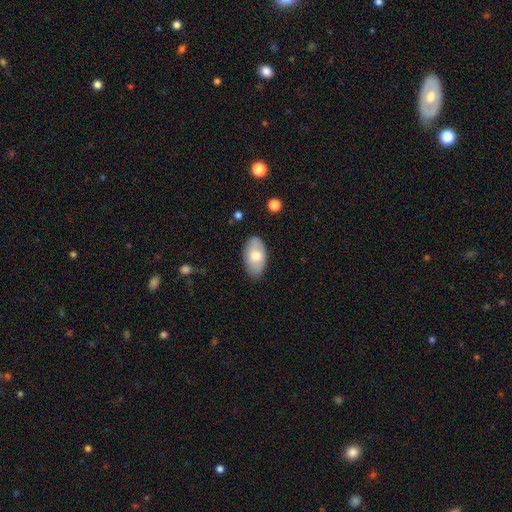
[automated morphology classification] smooth_or_featured: smooth (p=0.71) [alt: featured or disk p=0.23]
how_rounded: in between (p=0.95) [alt: round p=0.04]
merging: none (p=0.83) [alt: minor disturbance p=0.13]